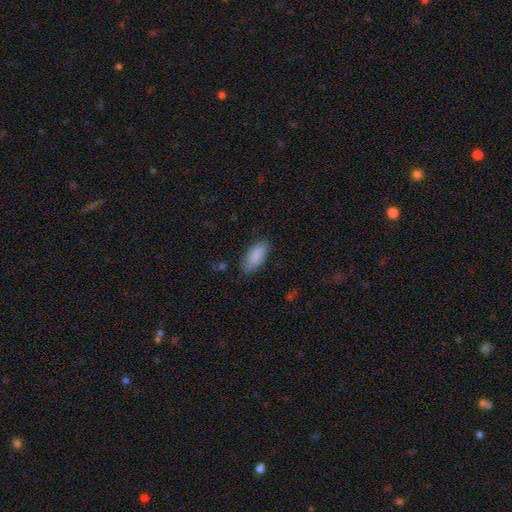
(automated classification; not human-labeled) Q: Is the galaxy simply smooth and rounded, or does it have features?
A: smooth — 88%.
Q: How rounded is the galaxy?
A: in between — 88%.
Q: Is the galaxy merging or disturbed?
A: none — 80%.